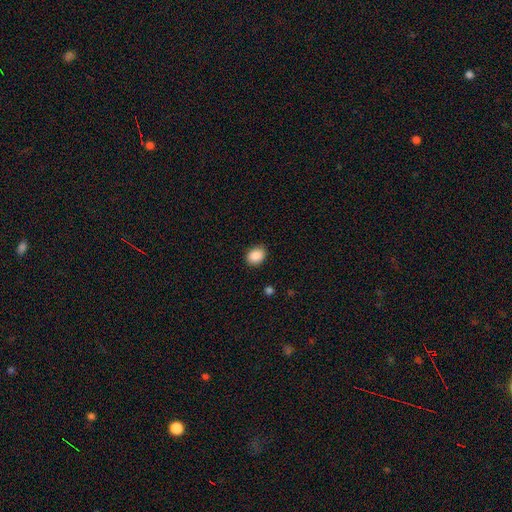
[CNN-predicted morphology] This is clearly a smooth galaxy (89%). How rounded: possibly in between (54%). Merging: clearly none (86%).